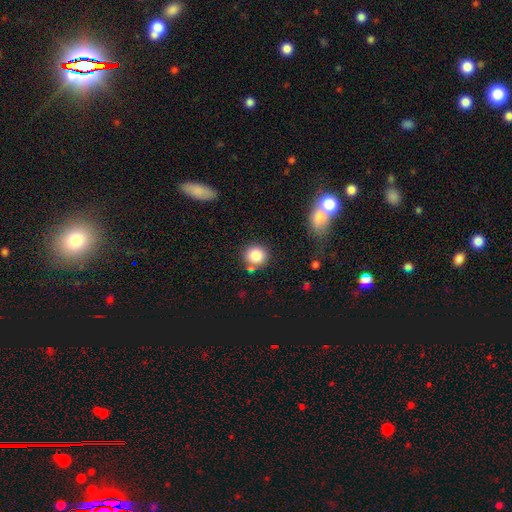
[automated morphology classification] Overall: smooth (85%). How rounded: round (88%). Merging: none (77%).